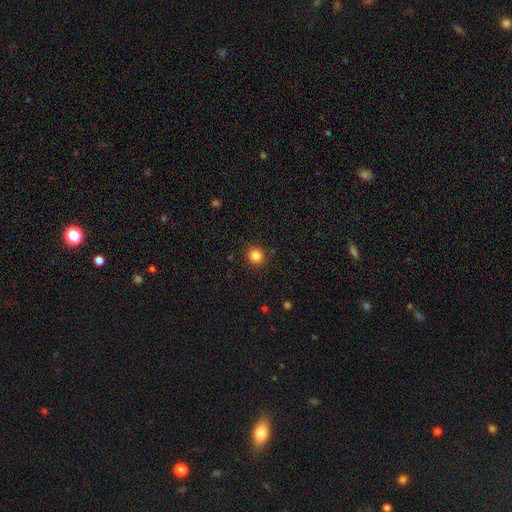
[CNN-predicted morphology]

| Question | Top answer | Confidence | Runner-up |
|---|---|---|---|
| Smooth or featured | smooth | 84% | star or artifact (11%) |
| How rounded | round | 90% | in between (9%) |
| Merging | none | 90% | minor disturbance (7%) |